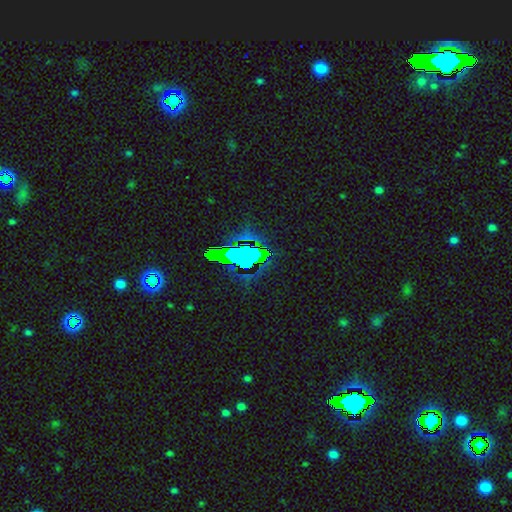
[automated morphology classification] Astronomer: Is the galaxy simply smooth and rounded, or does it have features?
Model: star or artifact — 66%.